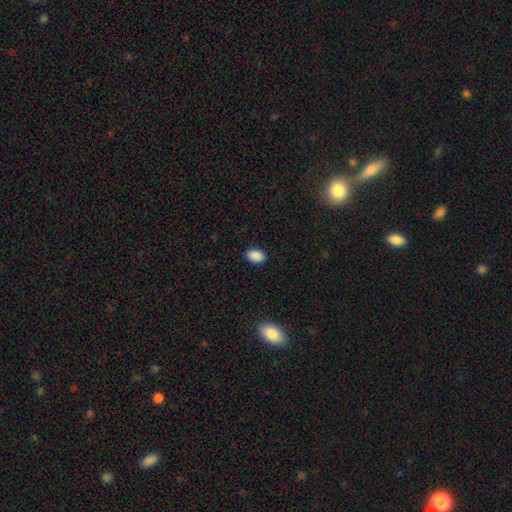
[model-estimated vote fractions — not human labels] A smooth galaxy with no disk features (89%) that is in between round and cigar-shaped (85%).

Vote fractions:
- Smooth or featured? smooth: 89% / star or artifact: 8% / featured or disk: 3%
- How rounded? in between: 85% / round: 14% / cigar-shaped: 1%
- Merging? none: 87% / minor disturbance: 9% / major disturbance: 2% / merger: 1%